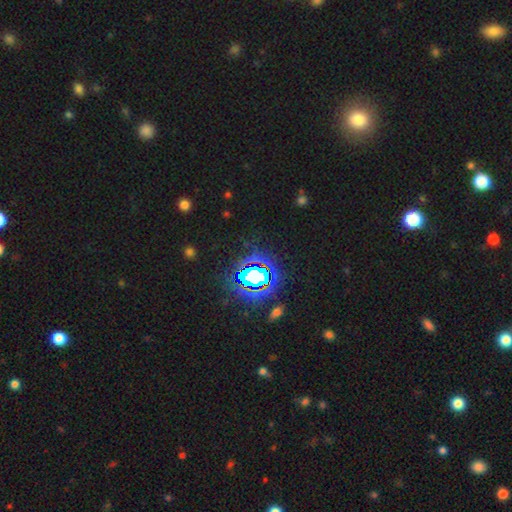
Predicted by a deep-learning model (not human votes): Smooth or featured?
  - star or artifact: 80% *
  - smooth: 13%
  - featured or disk: 7%